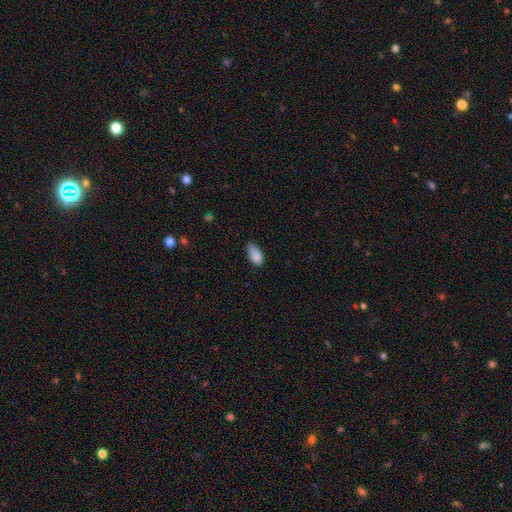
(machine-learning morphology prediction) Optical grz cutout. It shows a smooth galaxy with no disk features (87%) that is in between round and cigar-shaped (92%). Merging: none (59%).